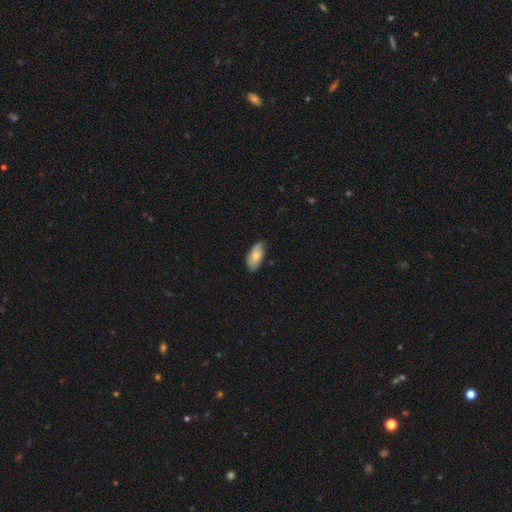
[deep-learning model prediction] A smooth galaxy with no disk features (73%) that is in between round and cigar-shaped (93%).

Vote fractions:
- Smooth or featured? smooth: 73% / featured or disk: 21% / star or artifact: 6%
- How rounded? in between: 93% / cigar-shaped: 5% / round: 3%
- Merging? none: 70% / minor disturbance: 25% / major disturbance: 4% / merger: 1%